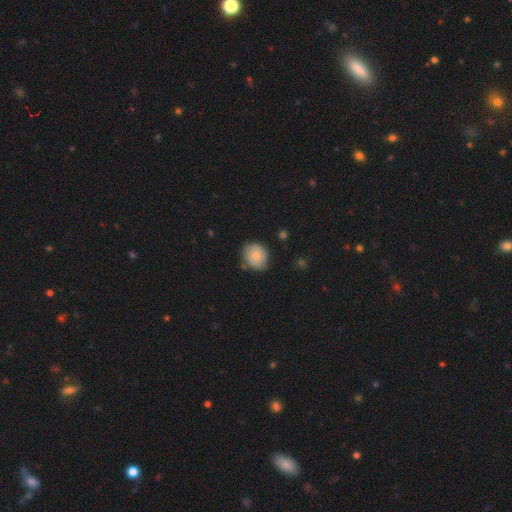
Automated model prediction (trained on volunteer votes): Smooth or featured?
  - smooth: 79% *
  - featured or disk: 14%
  - star or artifact: 7%
How rounded?
  - round: 74% *
  - in between: 25%
  - cigar-shaped: 1%
Merging?
  - none: 74% *
  - minor disturbance: 19%
  - major disturbance: 4%
  - merger: 3%